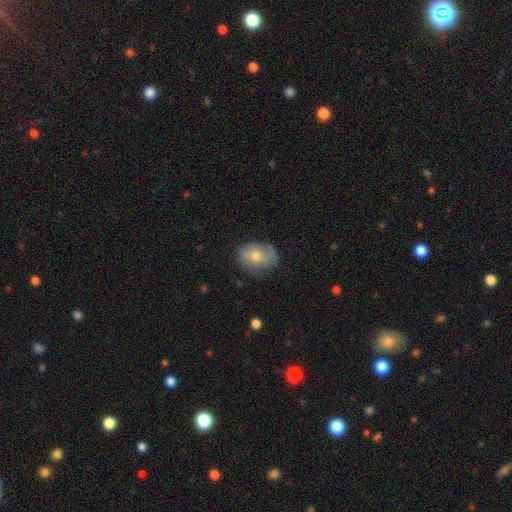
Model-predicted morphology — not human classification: A smooth galaxy with no disk features (55%) that is in between round and cigar-shaped (67%). Merging: none (68%).